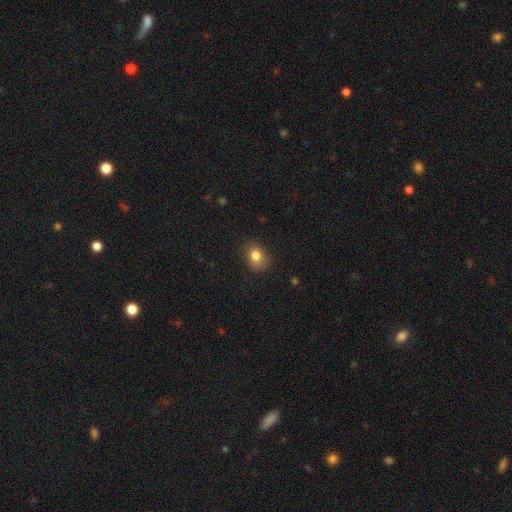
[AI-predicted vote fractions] The model was most divided on "how rounded": in between: 52%, round: 47%, cigar-shaped: 1%. More confident: merging — none (82%); smooth or featured — smooth (81%).